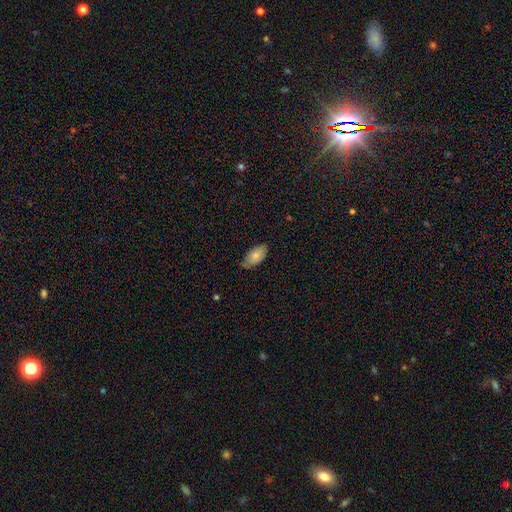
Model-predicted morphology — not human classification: Smooth or featured?
  - smooth: 79% *
  - featured or disk: 15%
  - star or artifact: 6%
How rounded?
  - in between: 93% *
  - cigar-shaped: 4%
  - round: 3%
Merging?
  - none: 70% *
  - minor disturbance: 25%
  - major disturbance: 3%
  - merger: 1%